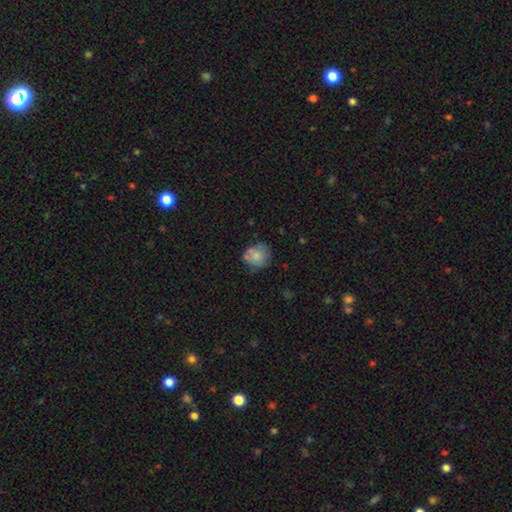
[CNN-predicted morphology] Smooth or featured? smooth (73%)
How rounded? round (81%)
Merging? none (61%)